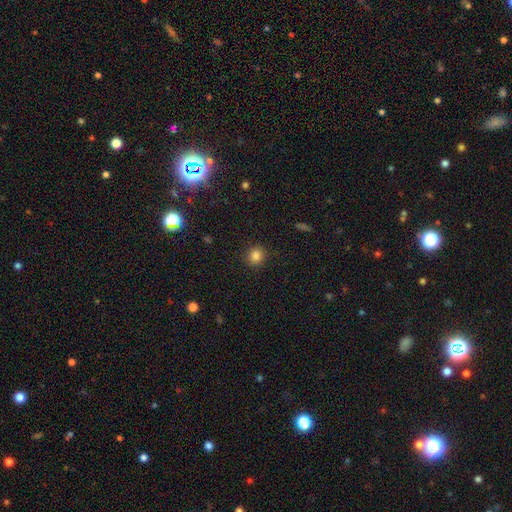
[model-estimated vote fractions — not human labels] Smooth or featured?
  - smooth: 84% *
  - star or artifact: 12%
  - featured or disk: 4%
How rounded?
  - round: 88% *
  - in between: 11%
  - cigar-shaped: 1%
Merging?
  - none: 89% *
  - minor disturbance: 7%
  - major disturbance: 3%
  - merger: 1%